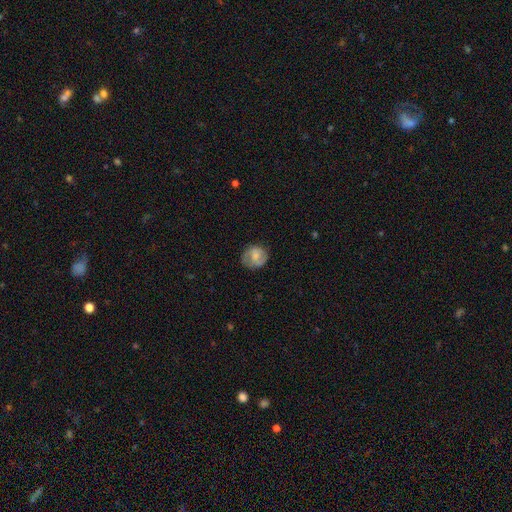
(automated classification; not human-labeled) Smooth or featured: smooth — 52% (featured or disk — 41%)
How rounded: round — 78% (in between — 21%)
Merging: none — 72% (minor disturbance — 20%)